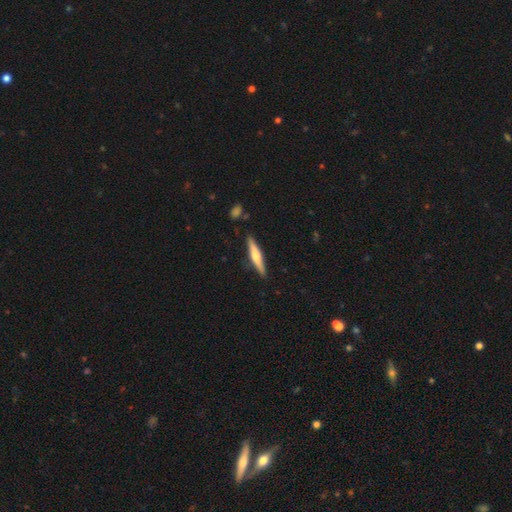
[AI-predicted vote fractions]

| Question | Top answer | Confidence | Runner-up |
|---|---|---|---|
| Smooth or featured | featured or disk | 50% | smooth (44%) |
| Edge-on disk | yes | 96% | no (4%) |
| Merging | none | 88% | minor disturbance (8%) |